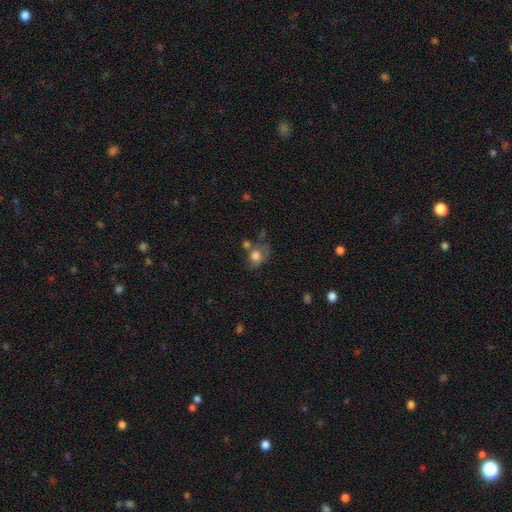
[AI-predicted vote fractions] This appears to be a smooth galaxy with no disk features (73%) that is round (51%). Merging: none (37%).